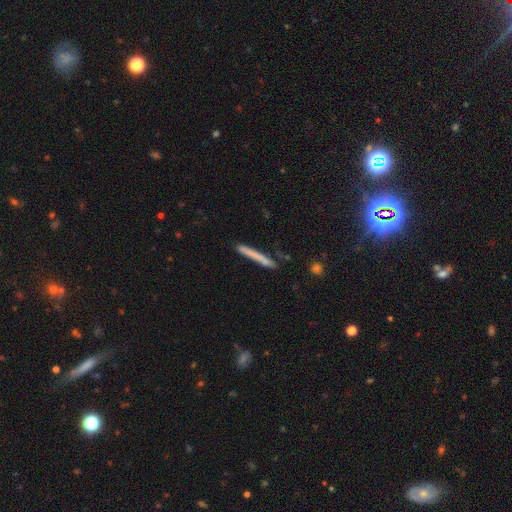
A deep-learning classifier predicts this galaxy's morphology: A smooth galaxy with no disk features (67%) that is cigar-shaped (97%).

Vote fractions:
- Smooth or featured? smooth: 67% / featured or disk: 27% / star or artifact: 6%
- How rounded? cigar-shaped: 97% / in between: 2% / round: 1%
- Merging? none: 84% / minor disturbance: 11% / merger: 2% / major disturbance: 2%